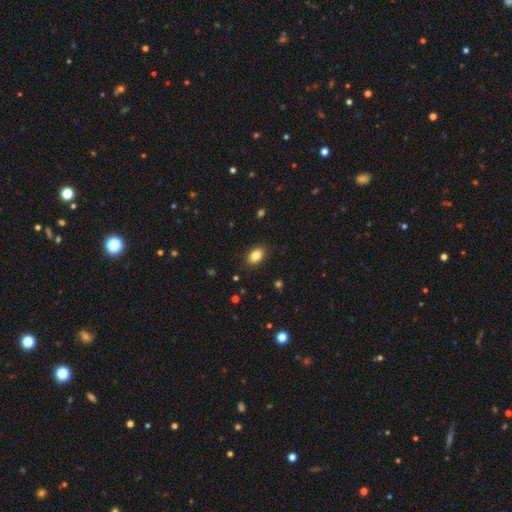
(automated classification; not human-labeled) Q: Smooth or featured?
A: smooth (84%); runner-up: star or artifact (9%)
Q: How rounded?
A: in between (84%); runner-up: round (15%)
Q: Merging?
A: none (88%); runner-up: minor disturbance (9%)